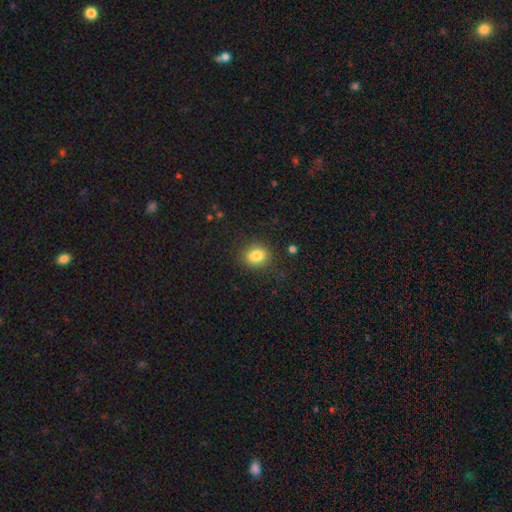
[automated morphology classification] Overall: smooth (83%). How rounded: round (65%; in between 34%). Merging: none (85%).